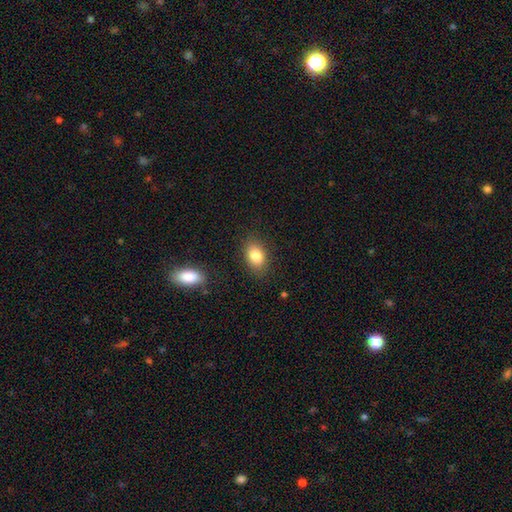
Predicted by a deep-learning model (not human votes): smooth-or-featured: smooth: 83% | star or artifact: 8% | featured or disk: 8%
  how-rounded: in between: 83% | round: 15% | cigar-shaped: 1%
  merging: none: 85% | minor disturbance: 11% | major disturbance: 3% | merger: 2%